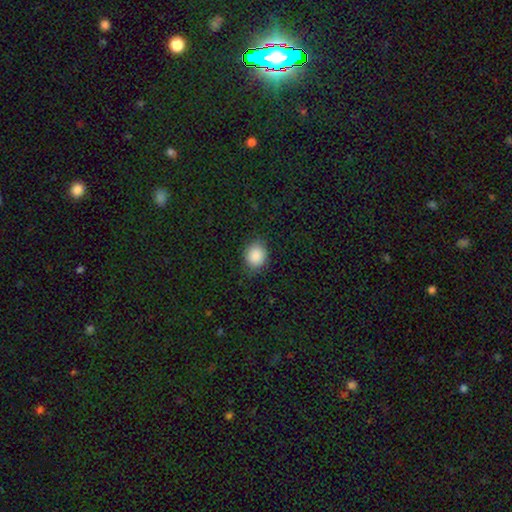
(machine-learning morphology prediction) Overall: smooth (88%). How rounded: round (66%; in between 33%). Merging: none (83%).